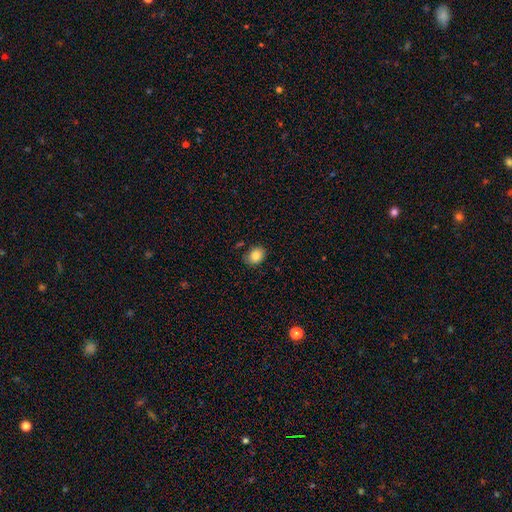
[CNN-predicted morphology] Q: Smooth or featured?
A: smooth (85%); runner-up: star or artifact (9%)
Q: How rounded?
A: in between (53%); runner-up: round (47%)
Q: Merging?
A: none (80%); runner-up: minor disturbance (15%)